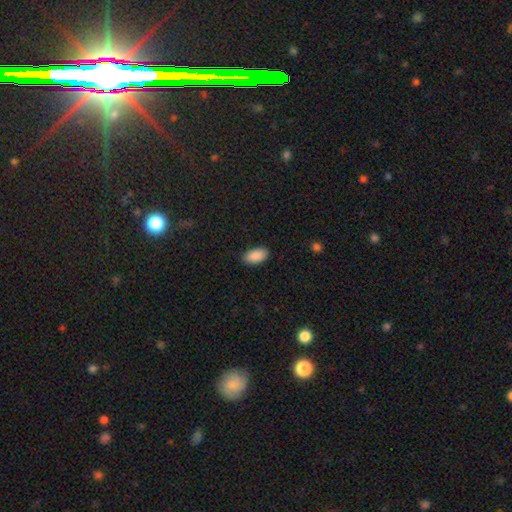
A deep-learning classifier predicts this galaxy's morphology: This is clearly a smooth galaxy (90%). How rounded: clearly in between (95%). Merging: clearly none (88%).